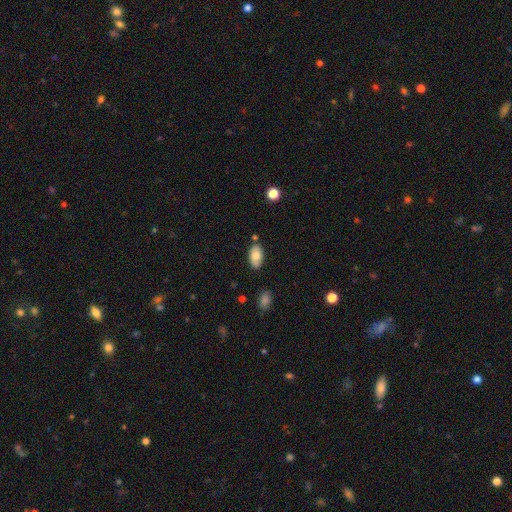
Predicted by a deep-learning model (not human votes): A smooth galaxy with no disk features (74%) that is in between round and cigar-shaped (93%). Merging: none (77%).